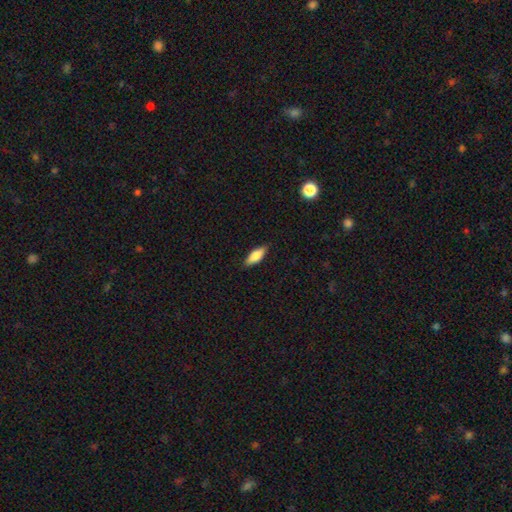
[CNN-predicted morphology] Overall: smooth (72%). How rounded: in between (65%; cigar-shaped 33%). Merging: none (87%).